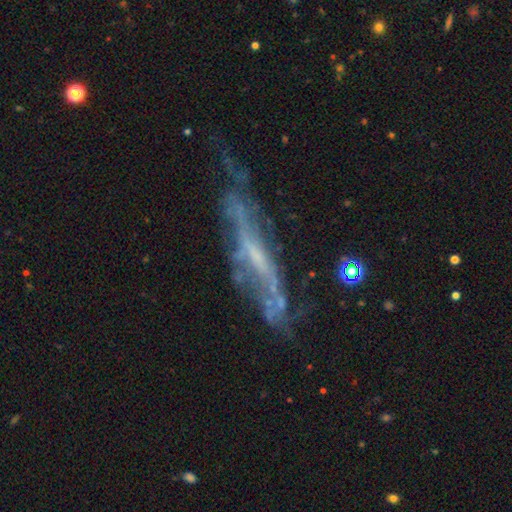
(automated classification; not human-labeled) featured or disk 74%, smooth 16%, star or artifact 10%. Down the decision tree: edge-on disk — yes (59%); merging — none (54%).